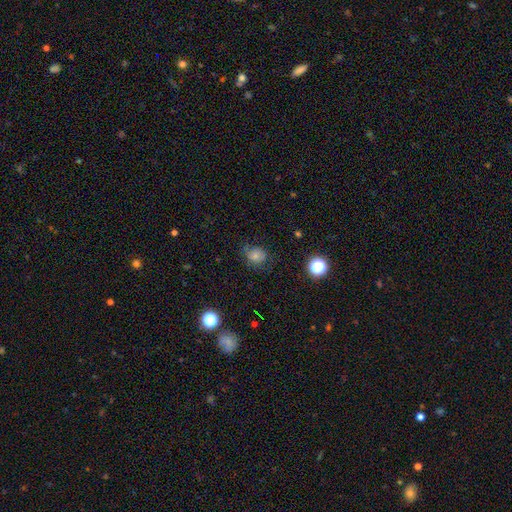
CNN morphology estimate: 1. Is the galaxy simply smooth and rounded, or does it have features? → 71% smooth, 15% star or artifact, 14% featured or disk.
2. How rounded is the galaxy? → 66% round, 33% in between, 1% cigar-shaped.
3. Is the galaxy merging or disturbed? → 59% none, 28% minor disturbance, 11% major disturbance, 2% merger.